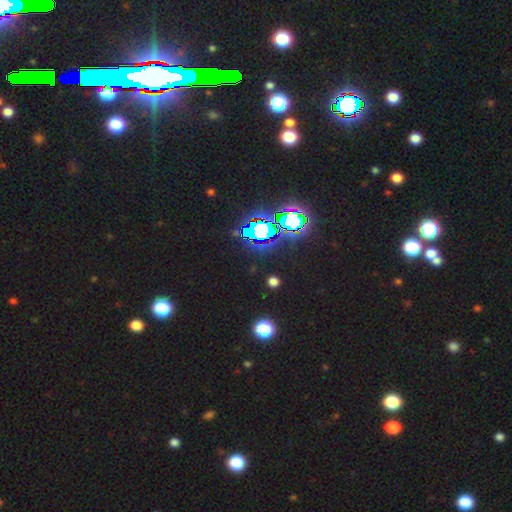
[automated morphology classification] Q: Smooth or featured?
A: star or artifact (80%); runner-up: smooth (13%)